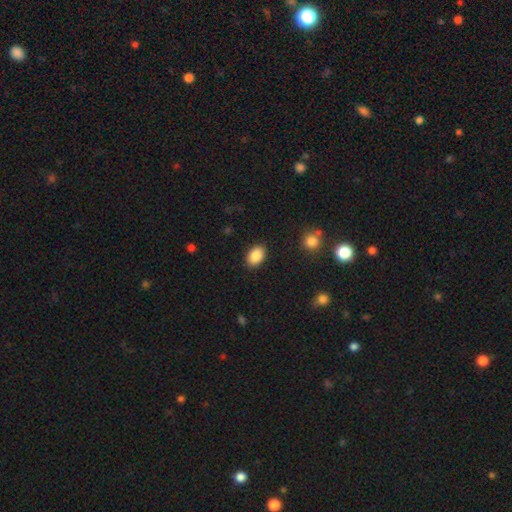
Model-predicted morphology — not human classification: smooth 88%, star or artifact 8%, featured or disk 4%. Down the decision tree: how rounded — in between (83%); merging — none (87%).